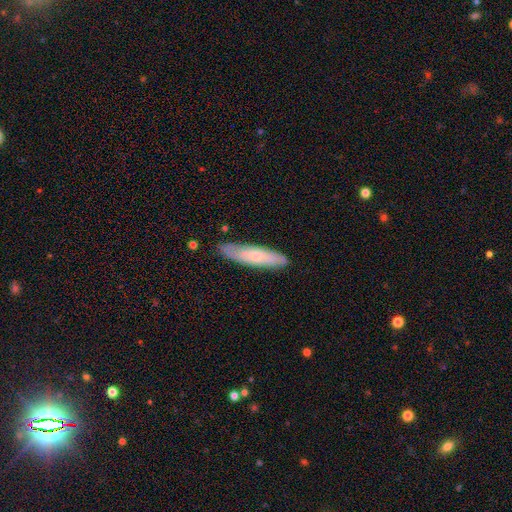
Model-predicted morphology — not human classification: smooth 60%, featured or disk 34%, star or artifact 6%. Down the decision tree: how rounded — cigar-shaped (78%); merging — none (81%).